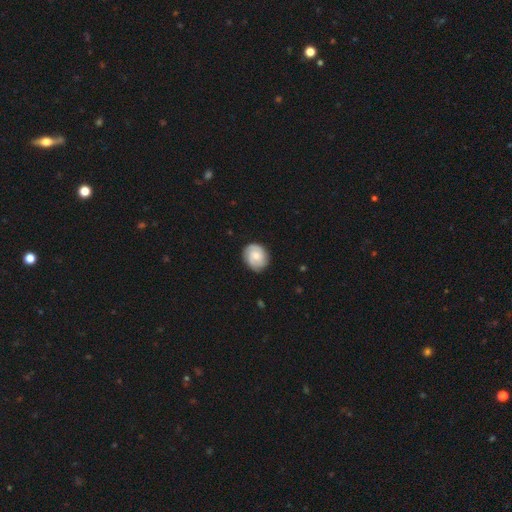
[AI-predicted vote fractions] Q: Smooth or featured?
A: smooth (49%); runner-up: featured or disk (44%)
Q: Merging?
A: none (82%); runner-up: minor disturbance (14%)